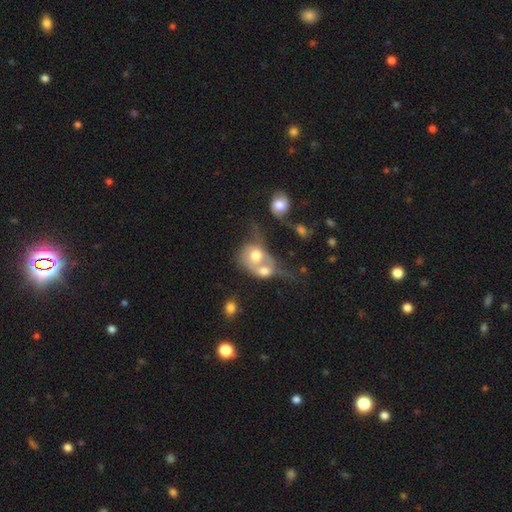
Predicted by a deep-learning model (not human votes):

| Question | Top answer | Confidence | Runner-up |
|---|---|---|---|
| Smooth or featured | smooth | 56% | featured or disk (35%) |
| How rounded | round | 57% | in between (42%) |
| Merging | merger | 76% | major disturbance (10%) |